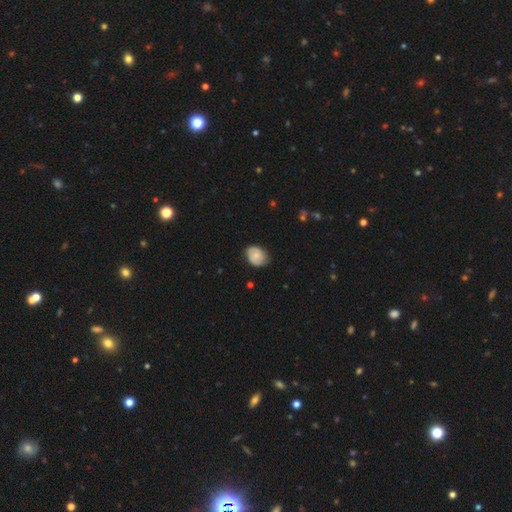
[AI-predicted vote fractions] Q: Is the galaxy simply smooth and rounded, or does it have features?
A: smooth — 57%.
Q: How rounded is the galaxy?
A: round — 50%.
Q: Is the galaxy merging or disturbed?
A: none — 71%.